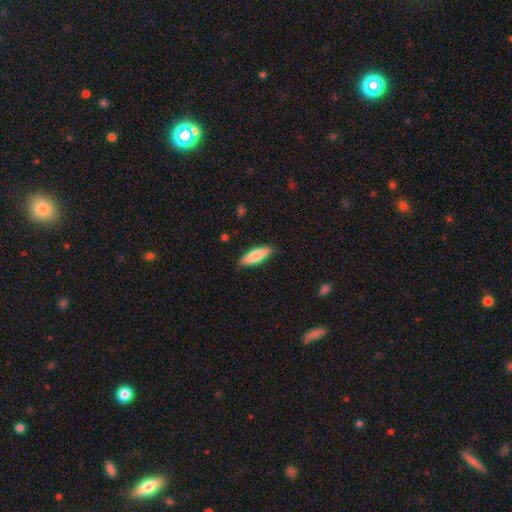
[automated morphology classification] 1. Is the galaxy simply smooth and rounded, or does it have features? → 77% smooth, 18% featured or disk, 5% star or artifact.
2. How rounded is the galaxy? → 51% in between, 47% cigar-shaped, 2% round.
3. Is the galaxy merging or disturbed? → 87% none, 10% minor disturbance, 2% major disturbance, 1% merger.